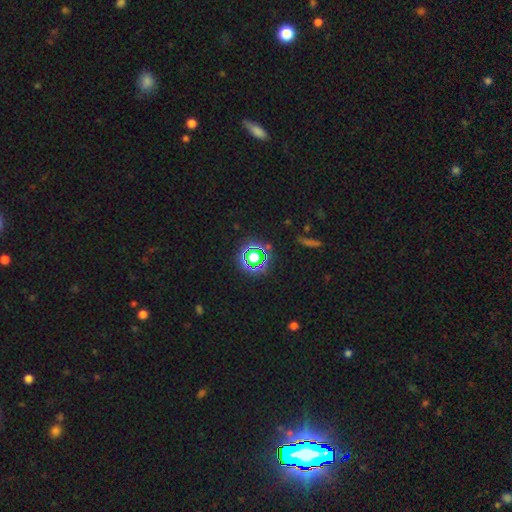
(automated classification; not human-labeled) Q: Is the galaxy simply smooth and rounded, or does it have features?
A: star or artifact — 59%.